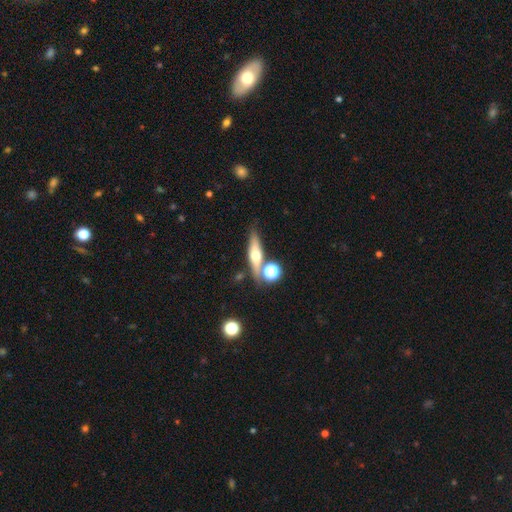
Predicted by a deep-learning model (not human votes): smooth_or_featured: featured or disk (p=0.49) [alt: smooth p=0.41]
merging: none (p=0.70) [alt: merger p=0.15]